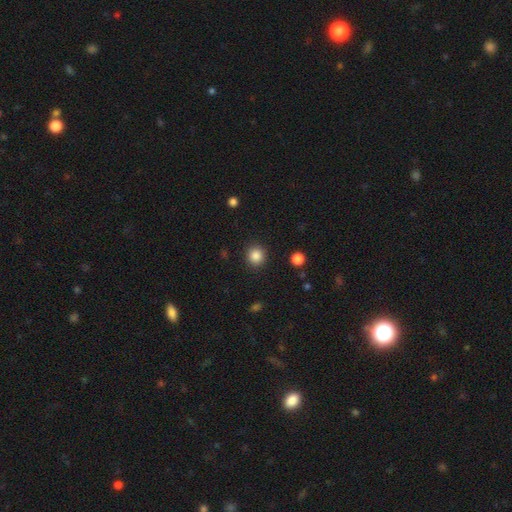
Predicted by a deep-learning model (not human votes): smooth_or_featured: smooth (p=0.86) [alt: star or artifact p=0.11]
how_rounded: round (p=0.92) [alt: in between p=0.07]
merging: none (p=0.91) [alt: minor disturbance p=0.06]